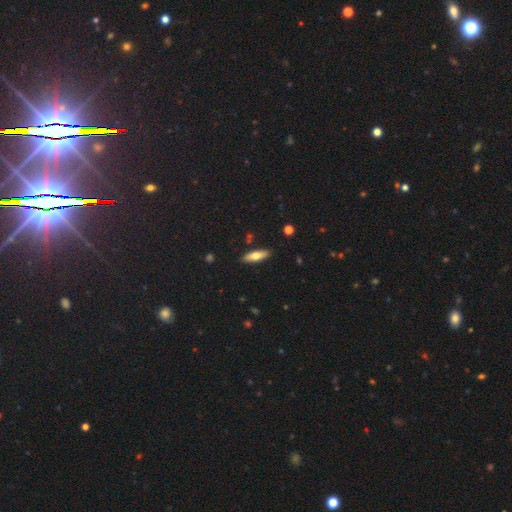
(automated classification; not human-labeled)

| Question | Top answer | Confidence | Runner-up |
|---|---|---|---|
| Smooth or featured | smooth | 65% | featured or disk (29%) |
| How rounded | cigar-shaped | 51% | in between (47%) |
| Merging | none | 88% | minor disturbance (9%) |